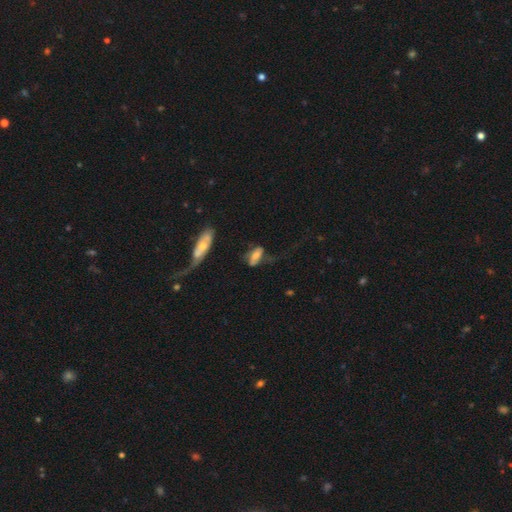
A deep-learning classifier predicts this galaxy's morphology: smooth 49%, featured or disk 42%, star or artifact 9%. Down the decision tree: merging — none (36%).